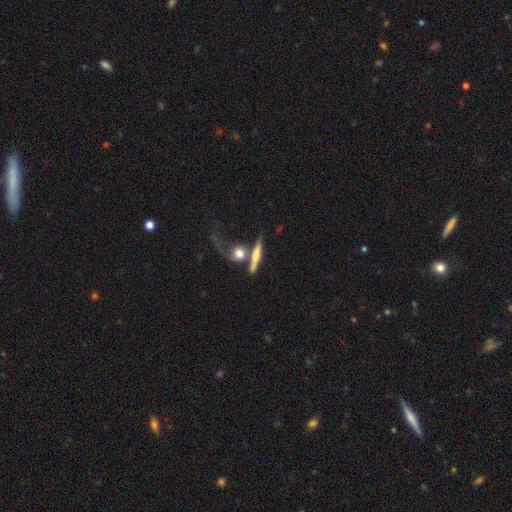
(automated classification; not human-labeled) smooth_or_featured: smooth (p=0.49) [alt: featured or disk p=0.43]
merging: none (p=0.43) [alt: merger p=0.33]